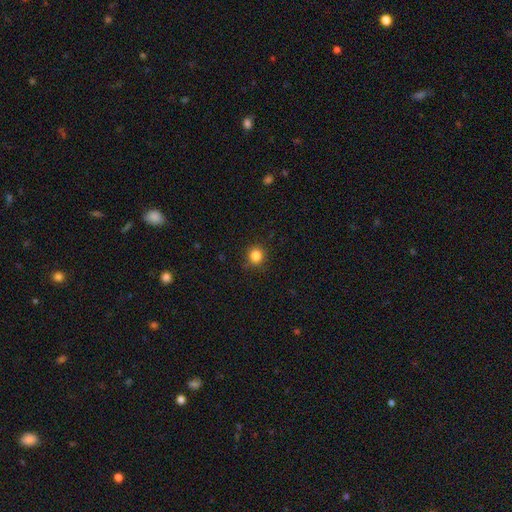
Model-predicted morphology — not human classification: A smooth galaxy with no disk features (84%) that is round (89%).

Vote fractions:
- Smooth or featured? smooth: 84% / star or artifact: 12% / featured or disk: 4%
- How rounded? round: 89% / in between: 10% / cigar-shaped: 1%
- Merging? none: 89% / minor disturbance: 8% / major disturbance: 2% / merger: 1%